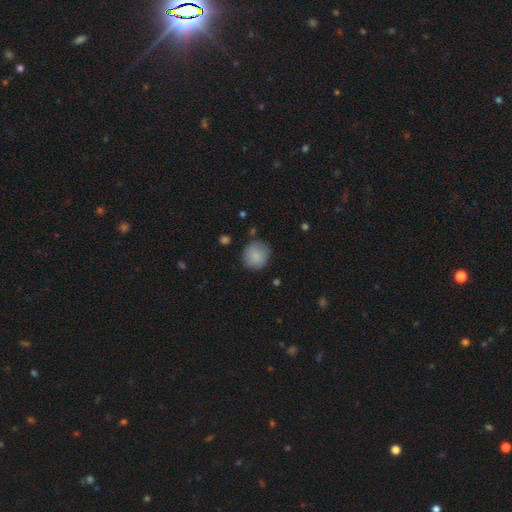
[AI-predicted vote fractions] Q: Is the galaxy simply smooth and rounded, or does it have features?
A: smooth — 86%.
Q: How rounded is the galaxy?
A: round — 90%.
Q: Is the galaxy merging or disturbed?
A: none — 80%.